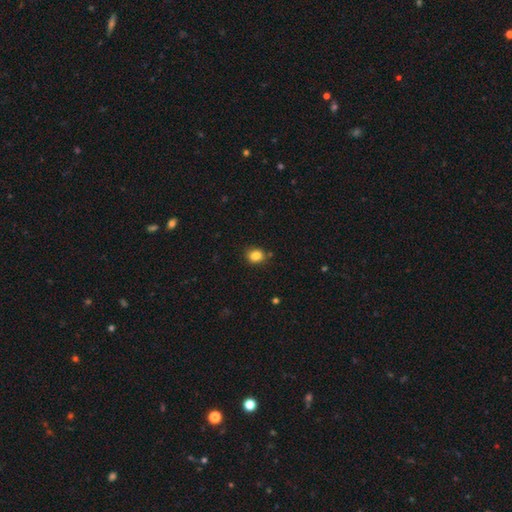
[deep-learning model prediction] Overall: smooth (85%). How rounded: round (56%; in between 43%). Merging: none (78%).